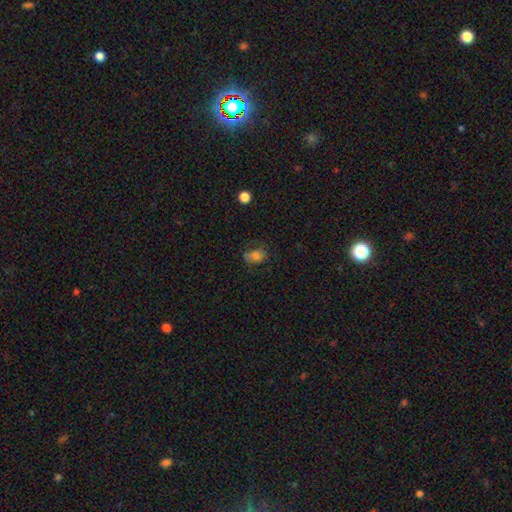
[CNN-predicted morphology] smooth 76%, star or artifact 12%, featured or disk 12%. Down the decision tree: how rounded — in between (75%); merging — none (57%).